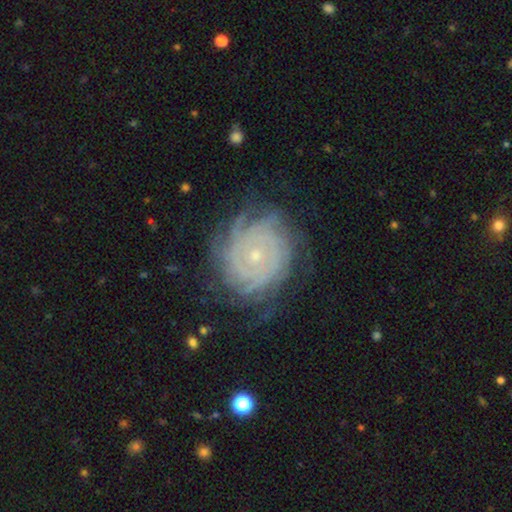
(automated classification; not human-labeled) Smooth or featured? Predicted: featured or disk (p=0.84). Edge-on disk? Predicted: no (p=0.97). Bar? Predicted: no (p=0.81). Spiral arms? Predicted: yes (p=0.96). Spiral winding? Predicted: tight (p=0.85). Spiral arm count? Predicted: can't tell (p=0.33). Bulge size? Predicted: small (p=0.78). Merging? Predicted: none (p=0.74).